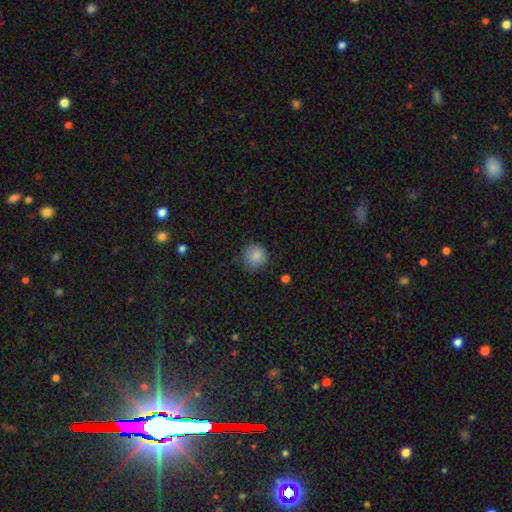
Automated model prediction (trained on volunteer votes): The model was most divided on "merging": none: 80%, minor disturbance: 15%, major disturbance: 4%, merger: 1%. More confident: how rounded — round (92%); smooth or featured — smooth (86%).